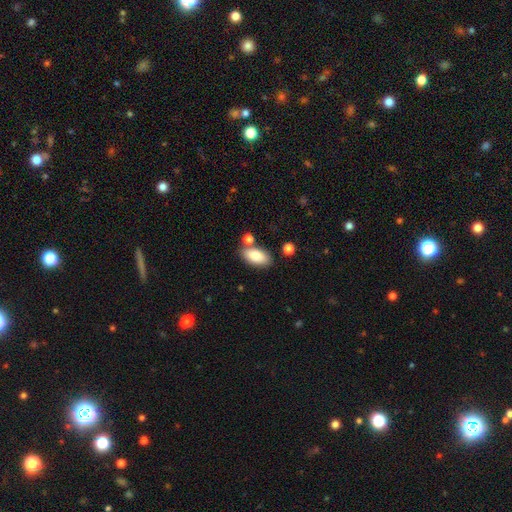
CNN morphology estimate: Overall: smooth (85%). How rounded: in between (92%). Merging: none (73%).